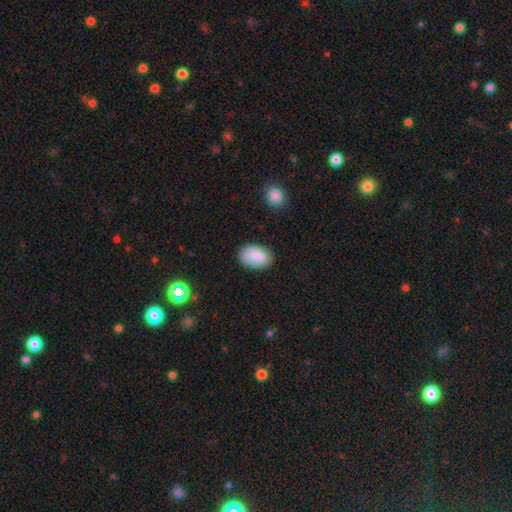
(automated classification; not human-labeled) smooth-or-featured: smooth: 84% | featured or disk: 9% | star or artifact: 7%
  how-rounded: in between: 85% | round: 14% | cigar-shaped: 1%
  merging: none: 79% | minor disturbance: 16% | major disturbance: 4% | merger: 2%